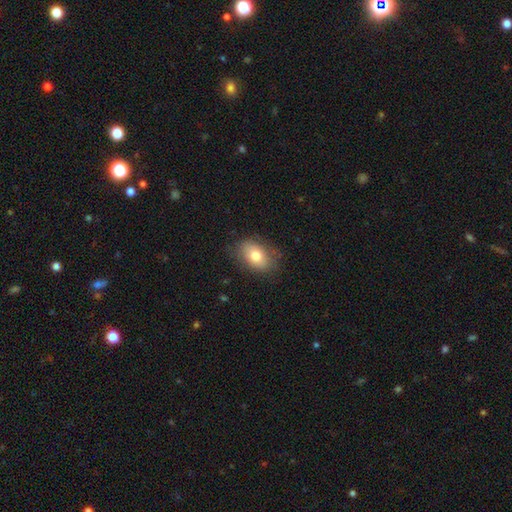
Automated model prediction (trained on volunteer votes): This is likely a smooth galaxy (76%). How rounded: clearly in between (85%). Merging: likely none (78%).